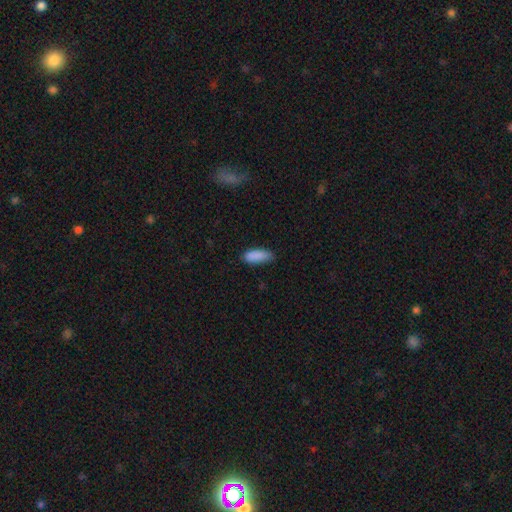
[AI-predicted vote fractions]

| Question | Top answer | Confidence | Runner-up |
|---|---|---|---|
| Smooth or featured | smooth | 89% | star or artifact (7%) |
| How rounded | in between | 74% | cigar-shaped (24%) |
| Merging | none | 74% | minor disturbance (21%) |